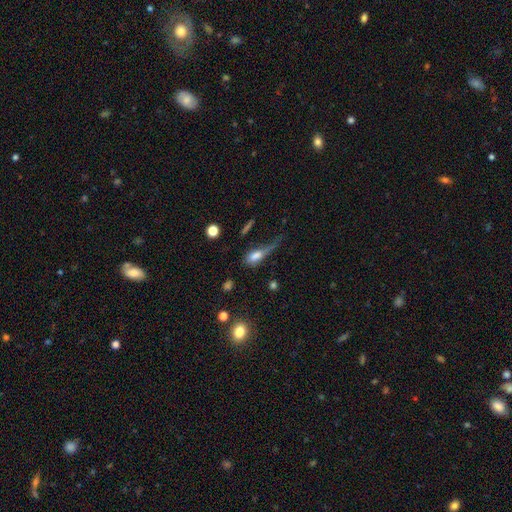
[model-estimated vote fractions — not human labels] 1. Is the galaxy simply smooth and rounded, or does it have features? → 67% smooth, 22% featured or disk, 11% star or artifact.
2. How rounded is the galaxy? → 73% in between, 19% cigar-shaped, 8% round.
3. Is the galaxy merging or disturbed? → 45% major disturbance, 25% minor disturbance, 23% none, 7% merger.